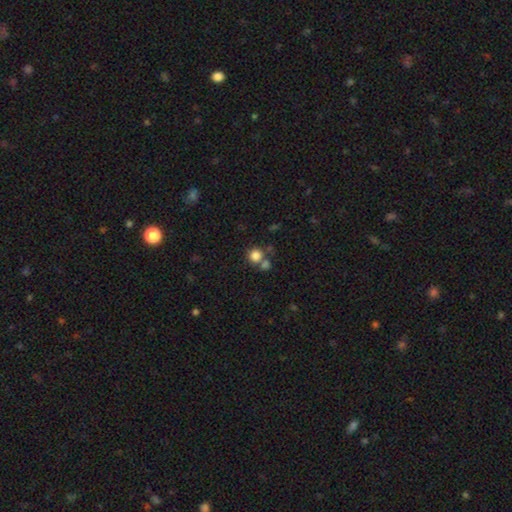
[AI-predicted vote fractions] Smooth or featured? Predicted: smooth (p=0.81). How rounded? Predicted: round (p=0.88). Merging? Predicted: none (p=0.57).